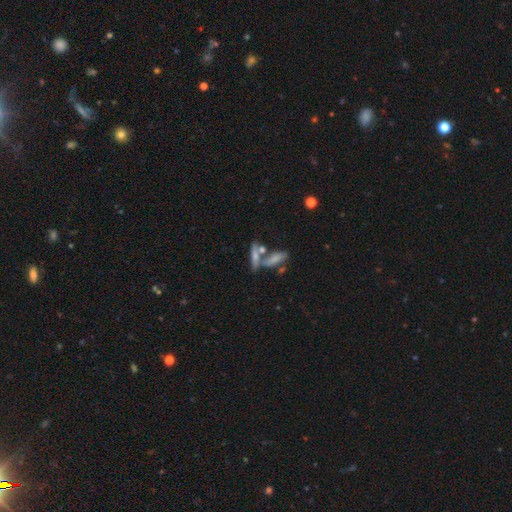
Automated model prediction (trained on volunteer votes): Q: Smooth or featured?
A: smooth (47%); runner-up: featured or disk (38%)
Q: Merging?
A: merger (47%); runner-up: none (39%)